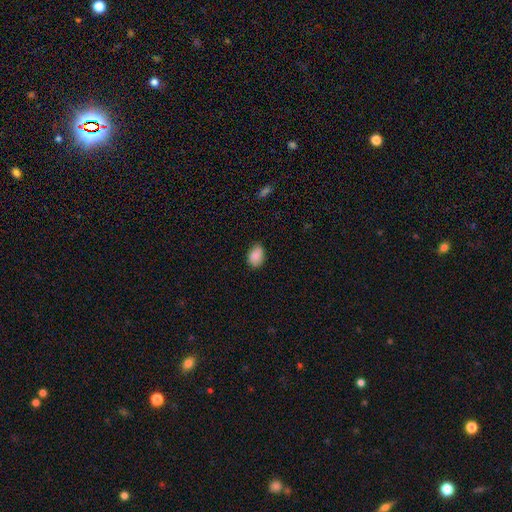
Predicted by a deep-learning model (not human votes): Morphology: type=smooth (86%); roundness=in between (82%); merging=none (77%).